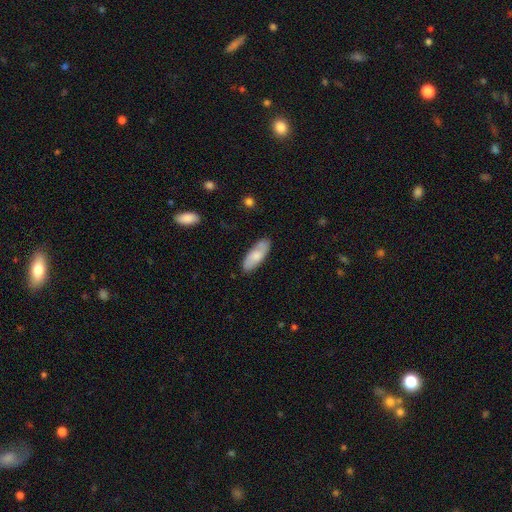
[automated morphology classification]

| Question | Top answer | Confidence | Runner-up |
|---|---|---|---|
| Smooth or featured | smooth | 69% | featured or disk (25%) |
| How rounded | in between | 75% | cigar-shaped (23%) |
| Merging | none | 82% | minor disturbance (14%) |